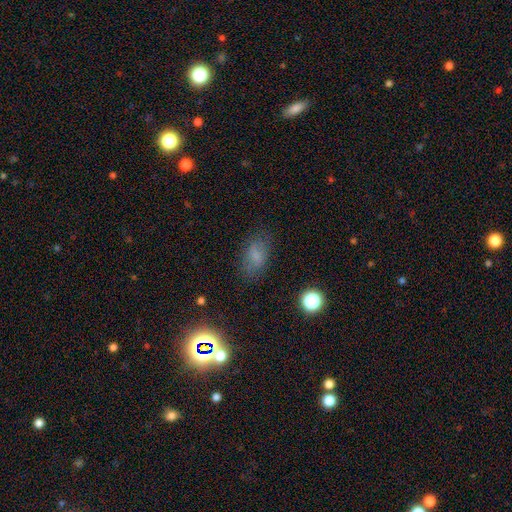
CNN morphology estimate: Smooth or featured: smooth — 70% (star or artifact — 16%)
How rounded: in between — 88% (round — 8%)
Merging: none — 76% (minor disturbance — 16%)